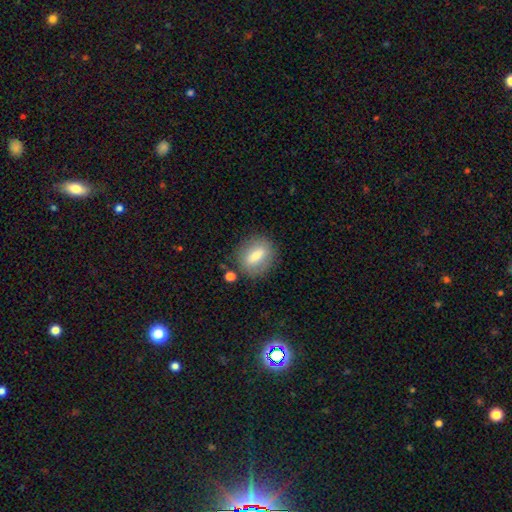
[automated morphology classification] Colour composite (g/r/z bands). It shows a smooth galaxy with no disk features (69%) that is in between round and cigar-shaped (60%). Merging: none (81%).